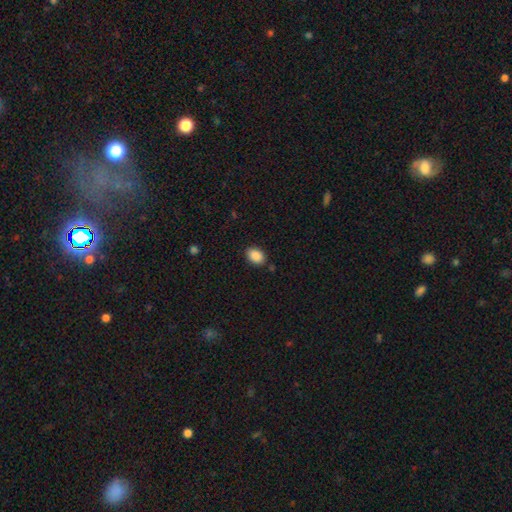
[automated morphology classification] Smooth or featured? smooth (88%)
How rounded? in between (80%)
Merging? none (85%)